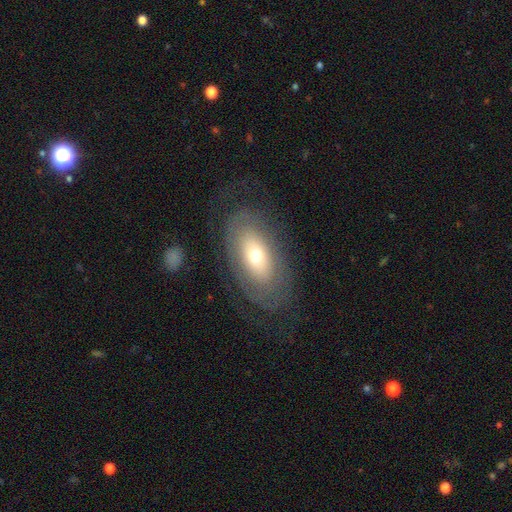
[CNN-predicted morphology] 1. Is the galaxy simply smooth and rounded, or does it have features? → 49% smooth, 42% featured or disk, 9% star or artifact.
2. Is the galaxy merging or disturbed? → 72% none, 15% minor disturbance, 12% major disturbance, 1% merger.